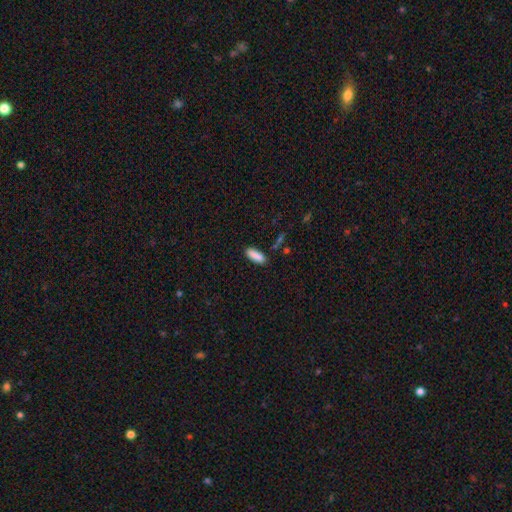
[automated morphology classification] Q: Smooth or featured?
A: smooth (88%); runner-up: star or artifact (7%)
Q: How rounded?
A: in between (59%); runner-up: cigar-shaped (39%)
Q: Merging?
A: none (82%); runner-up: minor disturbance (12%)